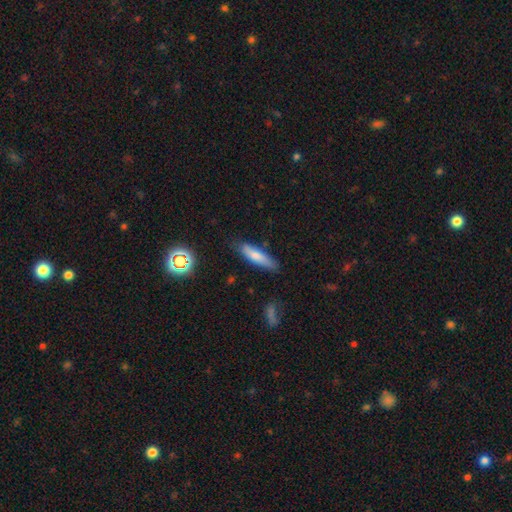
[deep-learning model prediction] Smooth or featured?
  - smooth: 74% *
  - featured or disk: 19%
  - star or artifact: 7%
How rounded?
  - cigar-shaped: 70% *
  - in between: 28%
  - round: 2%
Merging?
  - none: 78% *
  - minor disturbance: 17%
  - major disturbance: 3%
  - merger: 2%